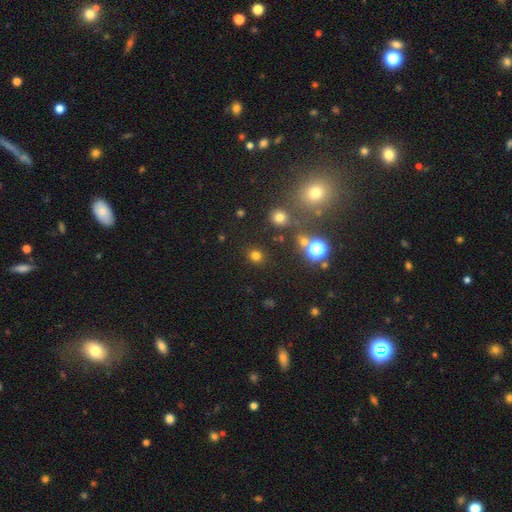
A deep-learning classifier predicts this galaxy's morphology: A smooth galaxy with no disk features (73%) that is round (81%).

Vote fractions:
- Smooth or featured? smooth: 73% / star or artifact: 22% / featured or disk: 6%
- How rounded? round: 81% / in between: 18% / cigar-shaped: 1%
- Merging? none: 85% / minor disturbance: 8% / merger: 4% / major disturbance: 3%